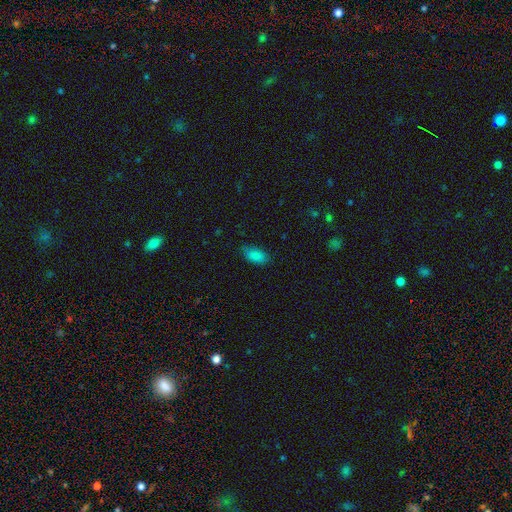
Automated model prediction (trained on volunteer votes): Smooth or featured: smooth — 86% (star or artifact — 9%)
How rounded: in between — 91% (cigar-shaped — 6%)
Merging: none — 81% (minor disturbance — 15%)